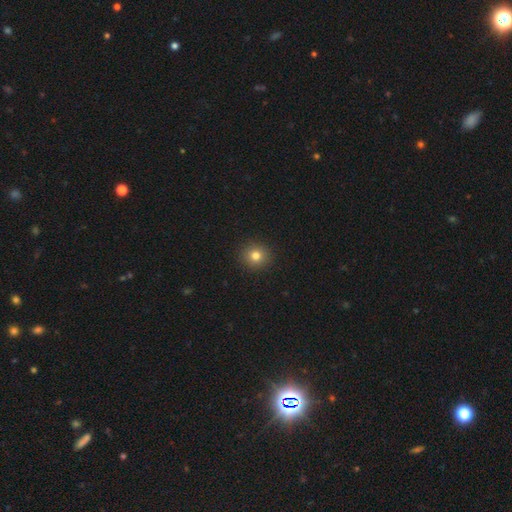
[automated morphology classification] Smooth or featured?
  - smooth: 79% *
  - star or artifact: 13%
  - featured or disk: 8%
How rounded?
  - round: 92% *
  - in between: 7%
  - cigar-shaped: 1%
Merging?
  - none: 92% *
  - minor disturbance: 5%
  - major disturbance: 2%
  - merger: 1%